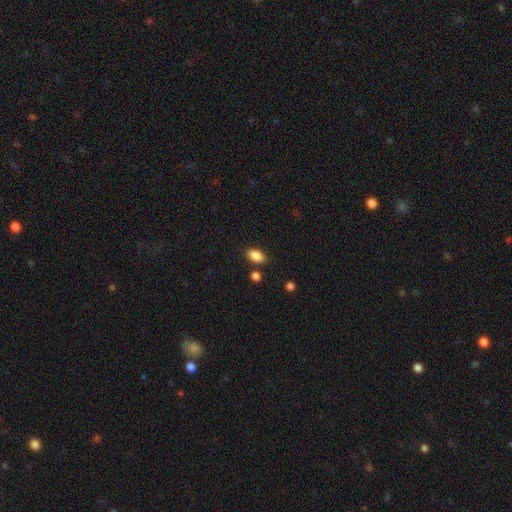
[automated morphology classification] smooth-or-featured: smooth: 87% | star or artifact: 8% | featured or disk: 4%
  how-rounded: in between: 90% | round: 7% | cigar-shaped: 3%
  merging: none: 80% | minor disturbance: 12% | merger: 5% | major disturbance: 3%